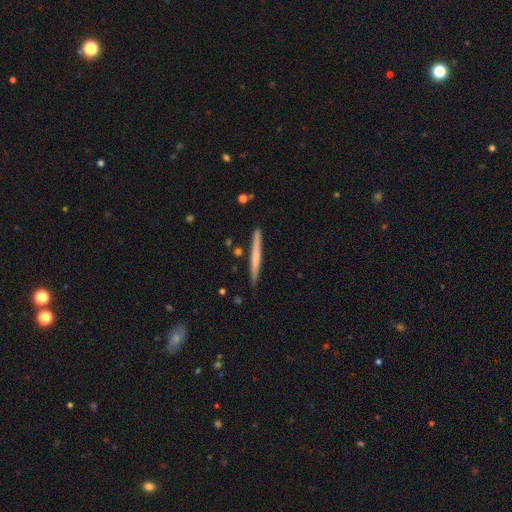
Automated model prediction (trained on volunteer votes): Smooth or featured?
  - smooth: 54% *
  - featured or disk: 41%
  - star or artifact: 5%
How rounded?
  - cigar-shaped: 97% *
  - in between: 2%
  - round: 1%
Merging?
  - none: 88% *
  - minor disturbance: 8%
  - merger: 2%
  - major disturbance: 1%